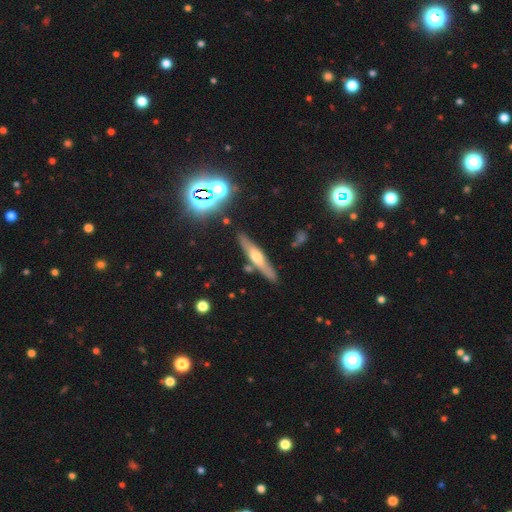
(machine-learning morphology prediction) smooth-or-featured: featured or disk: 56% | smooth: 36% | star or artifact: 7%
  disk-edge-on: yes: 89% | no: 11%
    edge-on-bulge: rounded: 84% | none: 10% | boxy: 7%
  merging: none: 82% | minor disturbance: 10% | merger: 5% | major disturbance: 2%